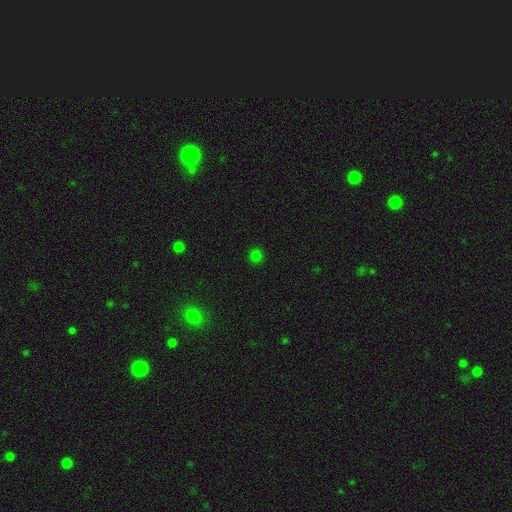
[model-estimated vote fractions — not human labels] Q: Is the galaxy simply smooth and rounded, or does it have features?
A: smooth — 77%.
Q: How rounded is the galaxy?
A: round — 92%.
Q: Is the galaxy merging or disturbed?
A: none — 91%.